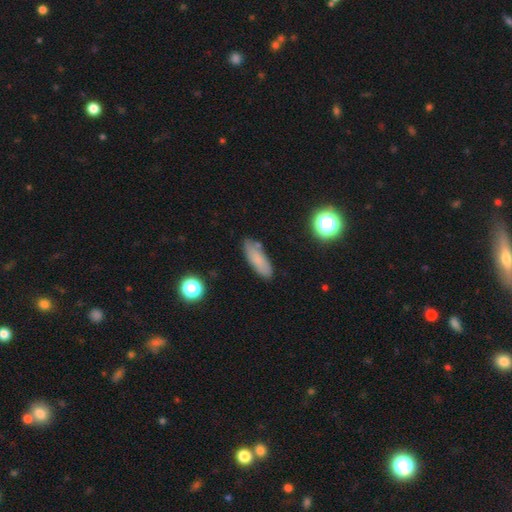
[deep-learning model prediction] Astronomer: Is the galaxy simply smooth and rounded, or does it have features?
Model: smooth — 76%.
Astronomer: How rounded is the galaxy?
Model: in between — 58% (runner-up: cigar-shaped, 40%).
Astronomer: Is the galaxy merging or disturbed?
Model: none — 79%.